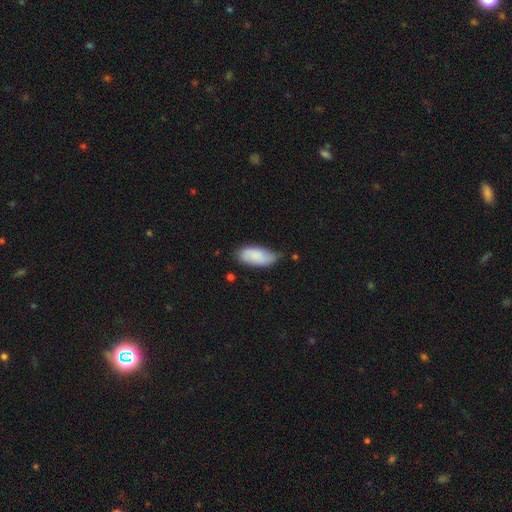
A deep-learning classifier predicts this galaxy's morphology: Smooth or featured?
  - smooth: 80% *
  - featured or disk: 14%
  - star or artifact: 6%
How rounded?
  - in between: 91% *
  - cigar-shaped: 7%
  - round: 2%
Merging?
  - none: 57% *
  - minor disturbance: 34%
  - major disturbance: 6%
  - merger: 3%